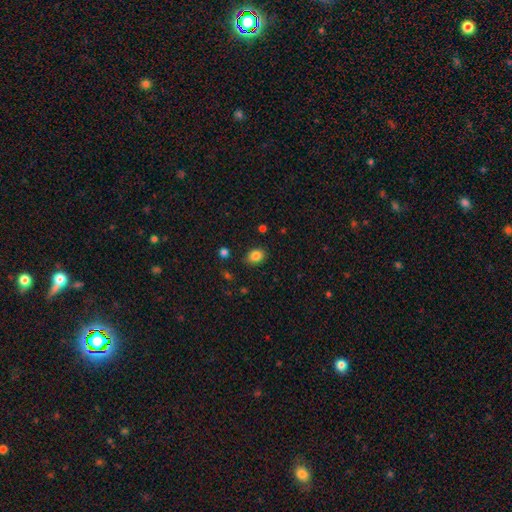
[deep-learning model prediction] Smooth or featured? Predicted: smooth (p=0.85). How rounded? Predicted: in between (p=0.58). Merging? Predicted: none (p=0.84).